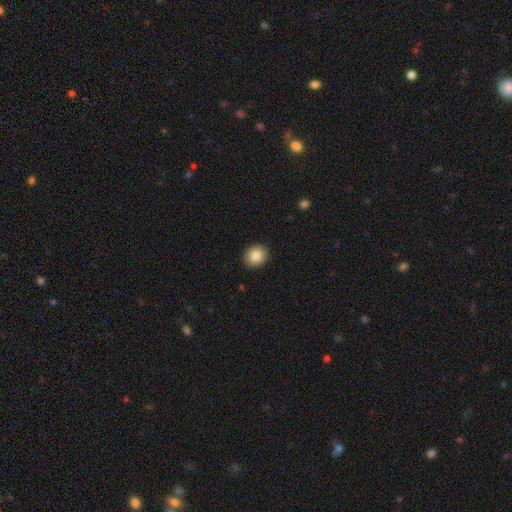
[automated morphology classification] This is clearly a smooth galaxy (84%). How rounded: clearly round (80%). Merging: clearly none (92%).